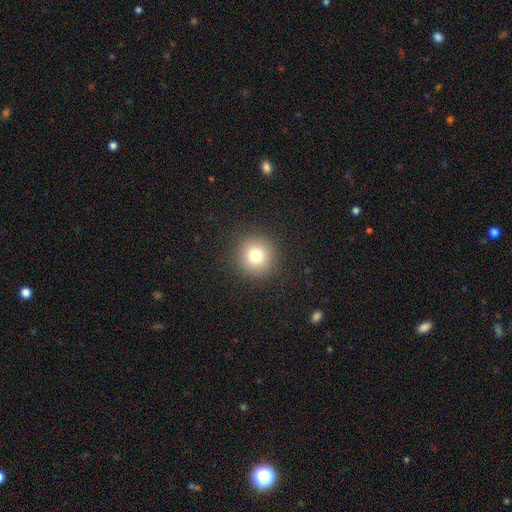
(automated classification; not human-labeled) Smooth or featured? smooth (79%)
How rounded? round (94%)
Merging? none (91%)